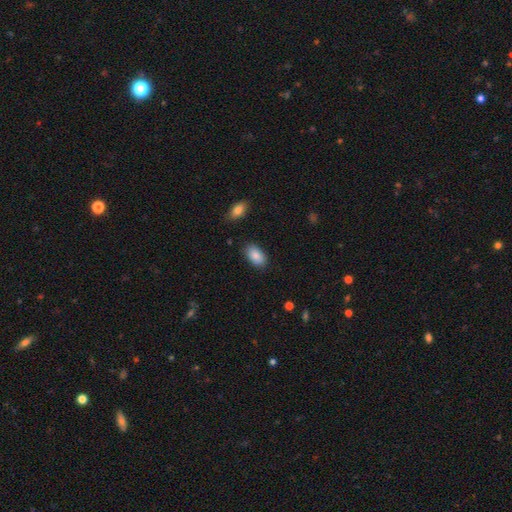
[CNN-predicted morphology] A smooth galaxy with no disk features (88%) that is in between round and cigar-shaped (94%). Merging: none (85%).